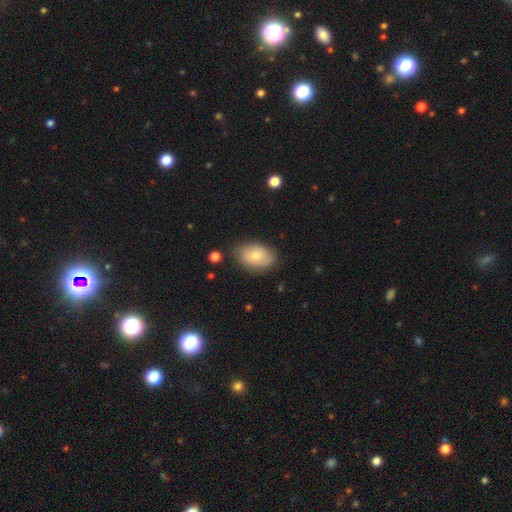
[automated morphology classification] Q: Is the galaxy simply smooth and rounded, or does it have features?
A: smooth — 72%.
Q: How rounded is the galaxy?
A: in between — 88%.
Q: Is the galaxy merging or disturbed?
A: none — 77%.